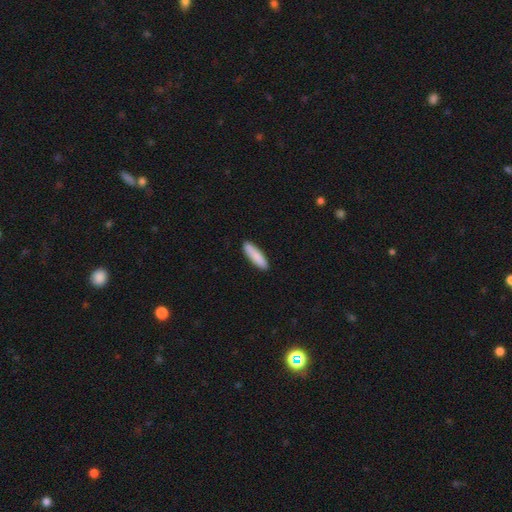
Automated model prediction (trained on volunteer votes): Smooth or featured? smooth (87%)
How rounded? cigar-shaped (75%)
Merging? none (90%)